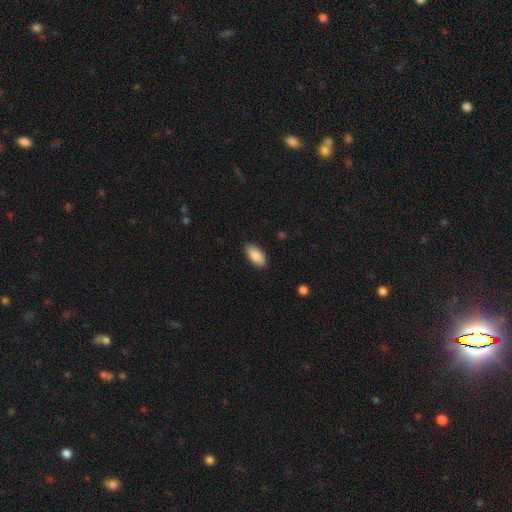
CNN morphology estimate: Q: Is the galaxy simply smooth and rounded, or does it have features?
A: smooth — 90%.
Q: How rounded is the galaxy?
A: in between — 93%.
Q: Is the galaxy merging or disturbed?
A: none — 87%.